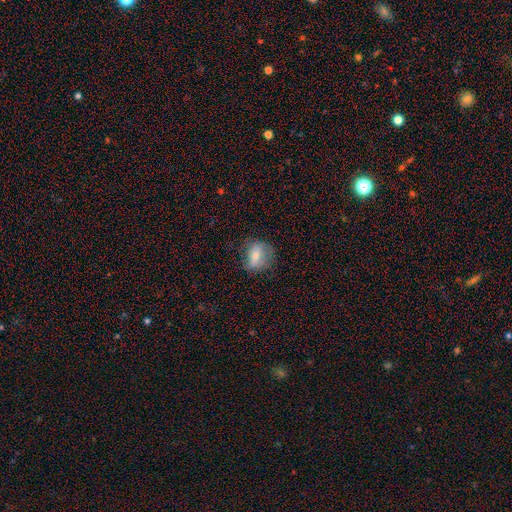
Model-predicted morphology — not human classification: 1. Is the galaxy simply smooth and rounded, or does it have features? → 60% smooth, 30% featured or disk, 10% star or artifact.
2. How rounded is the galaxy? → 55% round, 42% in between, 2% cigar-shaped.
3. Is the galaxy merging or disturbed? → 61% none, 24% minor disturbance, 13% major disturbance, 2% merger.